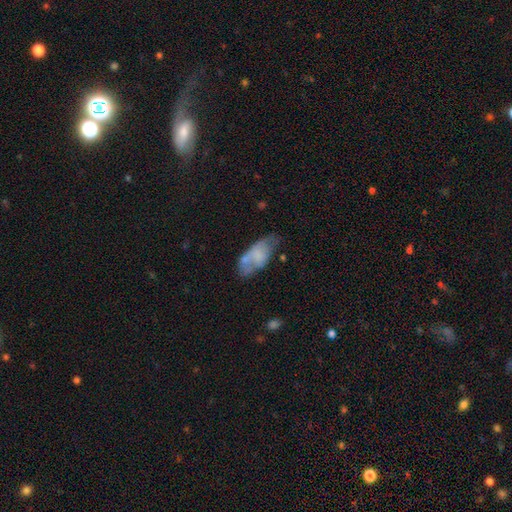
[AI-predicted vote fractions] Q: Smooth or featured?
A: smooth (59%); runner-up: featured or disk (32%)
Q: How rounded?
A: in between (89%); runner-up: cigar-shaped (8%)
Q: Merging?
A: none (39%); runner-up: minor disturbance (30%)